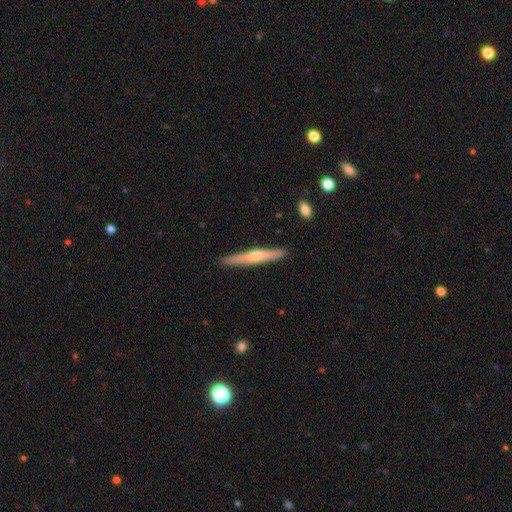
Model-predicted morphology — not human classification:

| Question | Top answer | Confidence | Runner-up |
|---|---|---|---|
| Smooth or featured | featured or disk | 50% | smooth (45%) |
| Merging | none | 90% | minor disturbance (7%) |